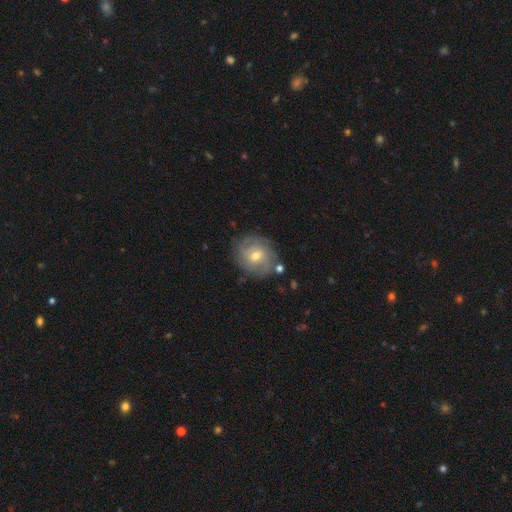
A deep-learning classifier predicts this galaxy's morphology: Smooth or featured? Predicted: featured or disk (p=0.74). Edge-on disk? Predicted: no (p=0.97). Bar? Predicted: no (p=0.55). Spiral arms? Predicted: yes (p=0.90). Spiral winding? Predicted: tight (p=0.62). Spiral arm count? Predicted: can't tell (p=0.35). Bulge size? Predicted: moderate (p=0.62). Merging? Predicted: none (p=0.77).